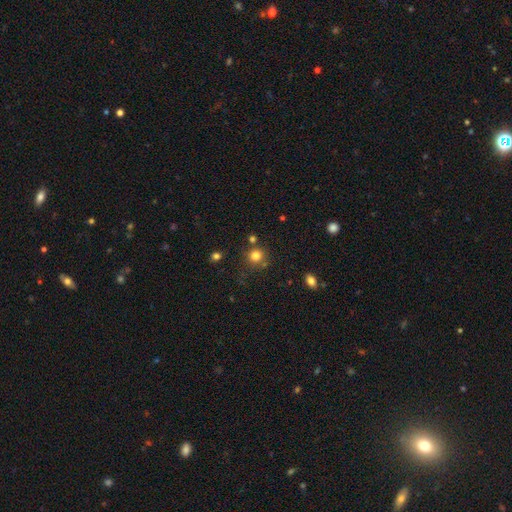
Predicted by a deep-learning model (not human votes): This appears to be a smooth galaxy with no disk features (80%) that is round (90%). Merging: none (75%).